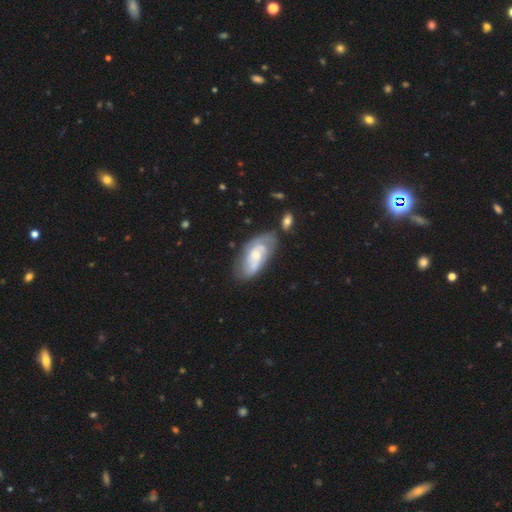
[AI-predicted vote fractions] Q: Smooth or featured?
A: featured or disk (67%); runner-up: smooth (27%)
Q: Edge-on disk?
A: no (93%); runner-up: yes (7%)
Q: Bar?
A: no (64%); runner-up: weak (30%)
Q: Spiral arms?
A: yes (86%); runner-up: no (14%)
Q: Spiral winding?
A: tight (46%); runner-up: medium (38%)
Q: Spiral arm count?
A: 2 (47%); runner-up: can't tell (33%)
Q: Bulge size?
A: small (46%); runner-up: moderate (43%)
Q: Merging?
A: none (57%); runner-up: minor disturbance (25%)